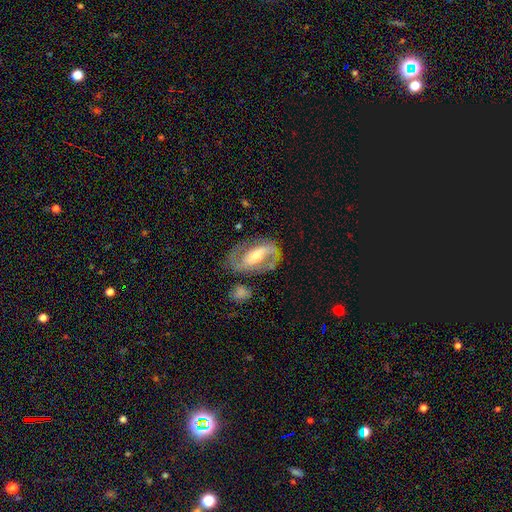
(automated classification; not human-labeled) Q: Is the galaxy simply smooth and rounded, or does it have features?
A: featured or disk — 83%.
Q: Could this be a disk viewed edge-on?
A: no — 95%.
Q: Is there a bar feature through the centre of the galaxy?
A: strong — 51%.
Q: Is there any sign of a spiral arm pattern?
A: yes — 89%.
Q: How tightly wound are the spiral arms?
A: medium — 50%.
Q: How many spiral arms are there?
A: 2 — 86%.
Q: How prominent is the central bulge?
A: moderate — 57%.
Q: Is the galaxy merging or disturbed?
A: none — 72%.